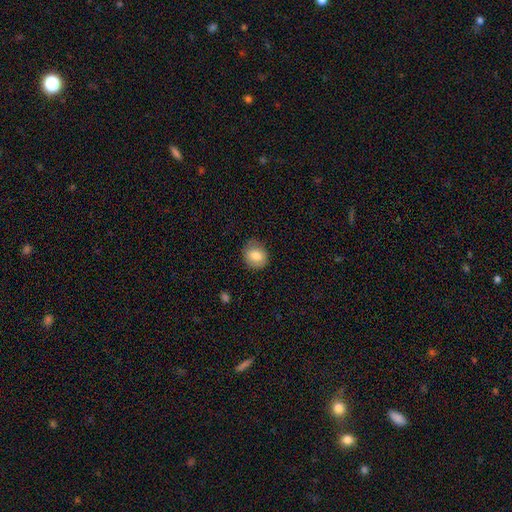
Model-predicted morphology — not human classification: Q: Smooth or featured?
A: smooth (80%); runner-up: featured or disk (11%)
Q: How rounded?
A: round (71%); runner-up: in between (28%)
Q: Merging?
A: none (80%); runner-up: minor disturbance (15%)